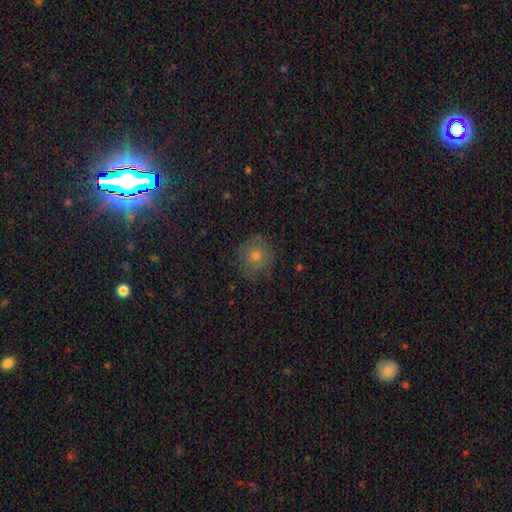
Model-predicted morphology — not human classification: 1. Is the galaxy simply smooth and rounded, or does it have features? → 57% smooth, 22% featured or disk, 20% star or artifact.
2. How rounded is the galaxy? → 86% round, 13% in between, 1% cigar-shaped.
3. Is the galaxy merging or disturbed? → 77% none, 16% minor disturbance, 6% major disturbance, 1% merger.